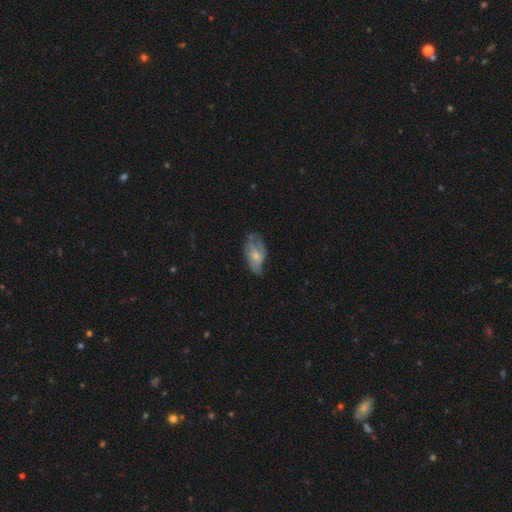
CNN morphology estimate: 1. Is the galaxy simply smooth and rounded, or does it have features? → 49% featured or disk, 44% smooth, 7% star or artifact.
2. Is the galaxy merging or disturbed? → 41% none, 36% minor disturbance, 21% major disturbance, 2% merger.